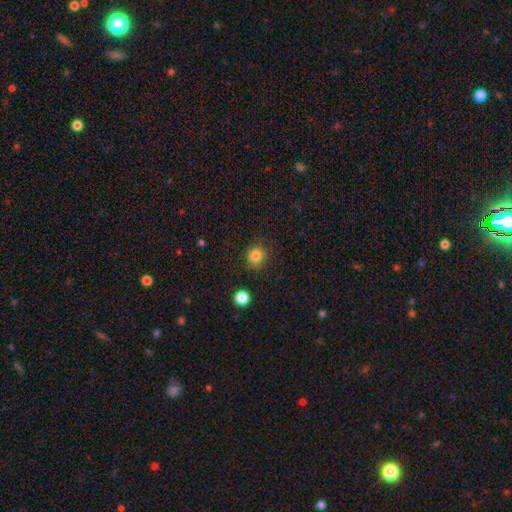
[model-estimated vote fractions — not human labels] Smooth or featured? smooth (84%)
How rounded? round (86%)
Merging? none (86%)